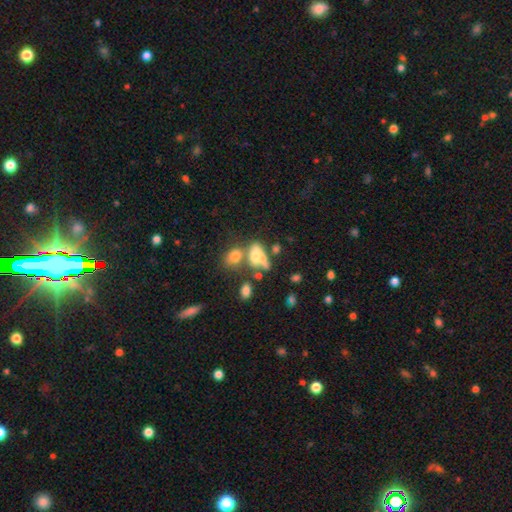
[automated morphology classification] type=smooth (63%); roundness=in between (81%); merging=merger (48%).